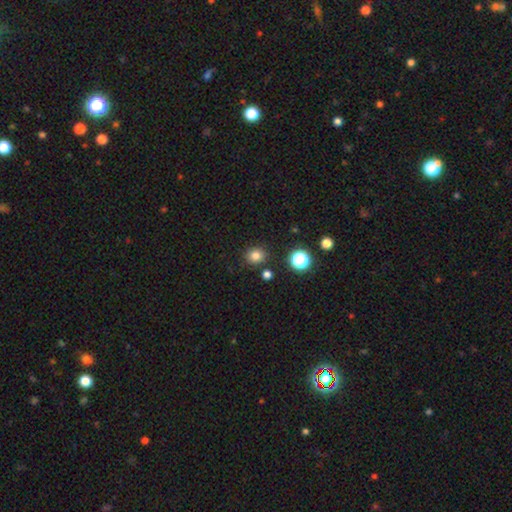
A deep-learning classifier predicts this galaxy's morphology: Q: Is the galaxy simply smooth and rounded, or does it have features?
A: smooth — 79%.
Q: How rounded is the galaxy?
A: round — 83%.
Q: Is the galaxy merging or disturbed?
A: none — 85%.